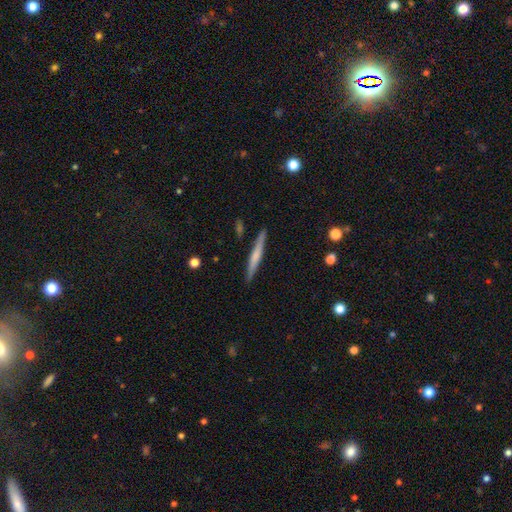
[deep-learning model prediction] Smooth or featured: smooth — 49% (featured or disk — 46%)
Merging: none — 89% (minor disturbance — 7%)